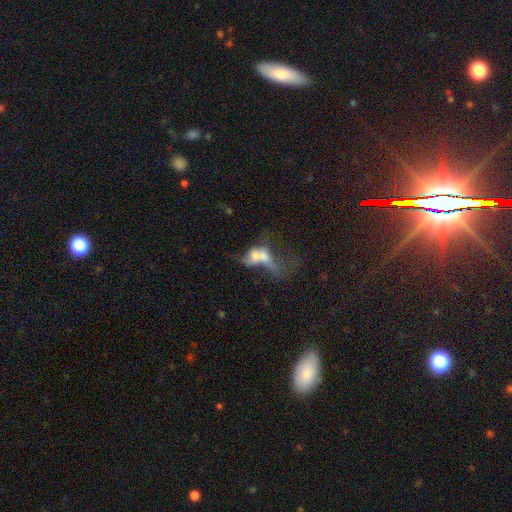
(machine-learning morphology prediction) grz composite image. It shows a smooth galaxy with no disk features (47%). Merging: merger (67%).